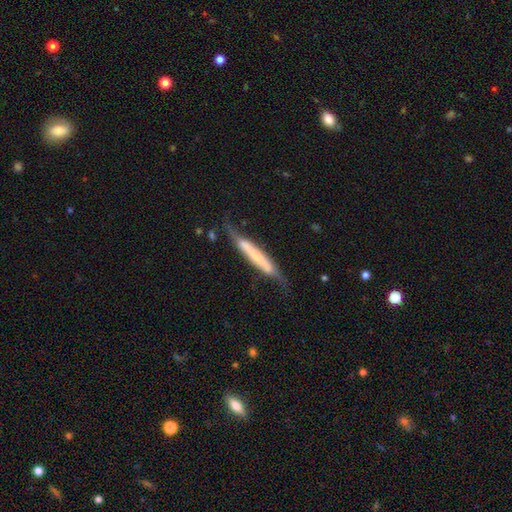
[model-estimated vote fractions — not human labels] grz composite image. It shows a featured or disk galaxy (48%). Merging: none (51%).